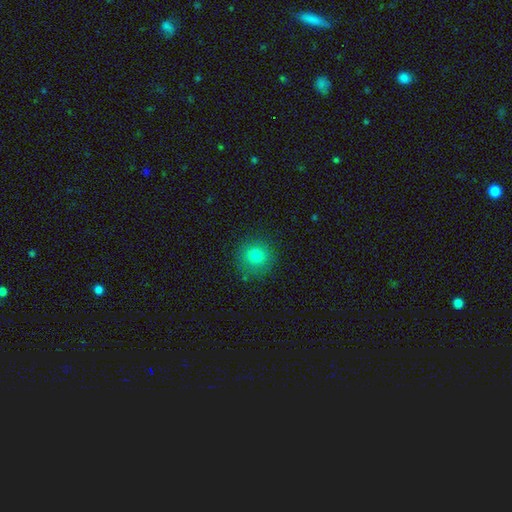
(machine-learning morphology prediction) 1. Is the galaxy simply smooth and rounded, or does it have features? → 80% smooth, 12% star or artifact, 8% featured or disk.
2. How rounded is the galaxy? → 93% round, 6% in between, 1% cigar-shaped.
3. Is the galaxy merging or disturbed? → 87% none, 9% minor disturbance, 3% major disturbance, 2% merger.